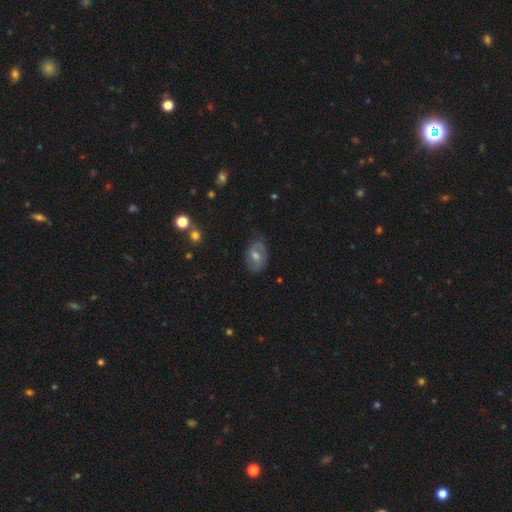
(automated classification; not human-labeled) featured or disk 48%, smooth 41%, star or artifact 11%. Down the decision tree: merging — none (79%).